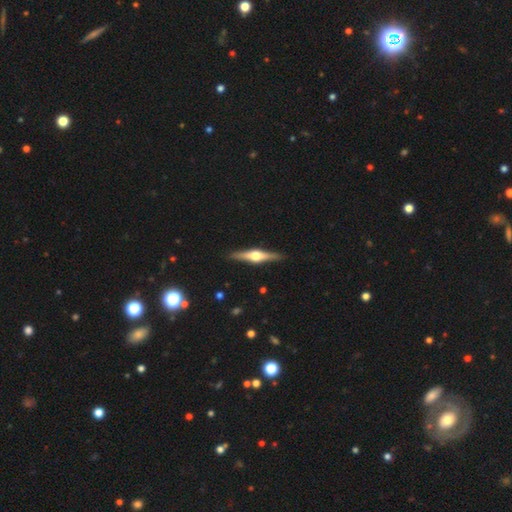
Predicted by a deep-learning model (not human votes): Smooth or featured? featured or disk (76%)
Edge-on disk? yes (98%)
Edge-on bulge? rounded (95%)
Merging? none (91%)